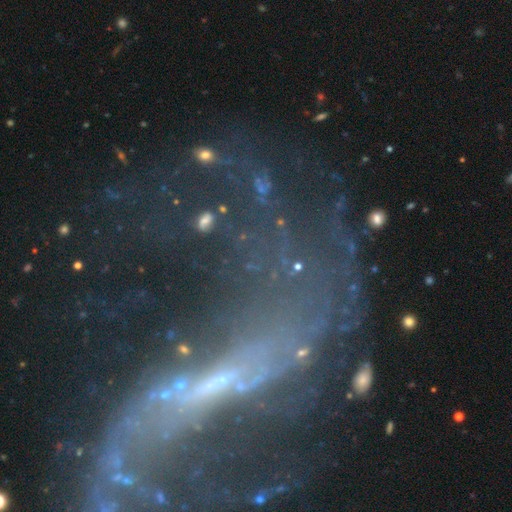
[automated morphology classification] This appears to be a featured or disk galaxy (73%) with a strong bar (36%), spiral arms (69%) and a small central bulge (52%). Merging: major disturbance (38%).